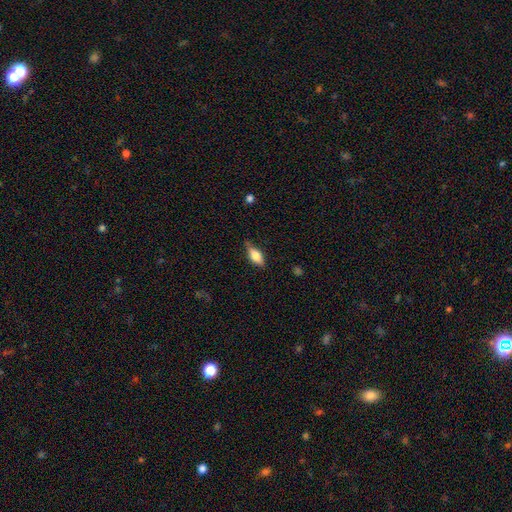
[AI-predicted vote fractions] smooth-or-featured: smooth: 72% | featured or disk: 21% | star or artifact: 7%
  how-rounded: in between: 81% | cigar-shaped: 16% | round: 3%
  merging: none: 70% | minor disturbance: 23% | major disturbance: 5% | merger: 2%